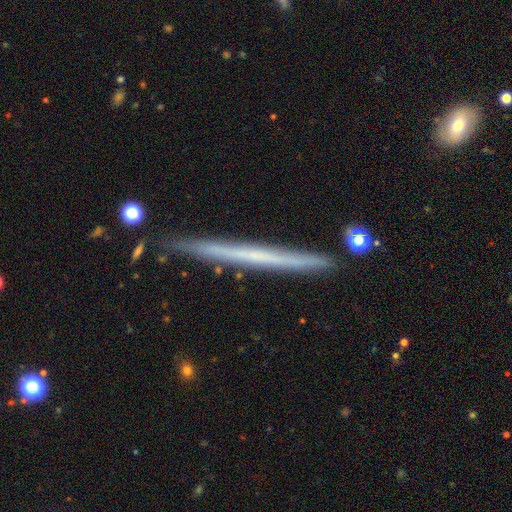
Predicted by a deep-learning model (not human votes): A featured or disk galaxy (57%) viewed edge-on (97%) with no central bulge (92%).

Vote fractions:
- Smooth or featured? featured or disk: 57% / smooth: 37% / star or artifact: 6%
- Edge-on disk? yes: 97% / no: 3%
- Edge-on bulge? none: 92% / rounded: 6% / boxy: 3%
- Merging? none: 89% / minor disturbance: 8% / merger: 2% / major disturbance: 1%